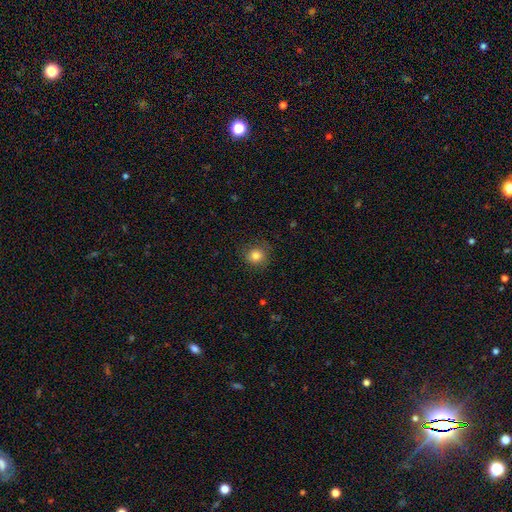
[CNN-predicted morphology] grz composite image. It shows a smooth galaxy with no disk features (82%) that is round (88%). Merging: none (81%).